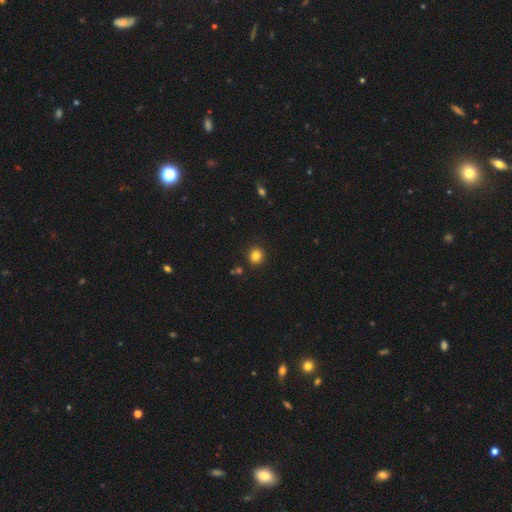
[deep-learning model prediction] Smooth or featured: smooth — 83% (star or artifact — 12%)
How rounded: round — 83% (in between — 16%)
Merging: none — 90% (minor disturbance — 6%)